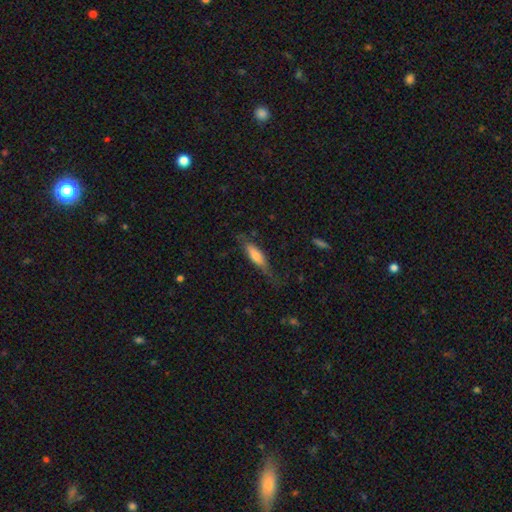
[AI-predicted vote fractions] smooth-or-featured: smooth: 58% | featured or disk: 36% | star or artifact: 6%
  how-rounded: cigar-shaped: 61% | in between: 37% | round: 2%
  merging: none: 60% | minor disturbance: 26% | major disturbance: 12% | merger: 2%